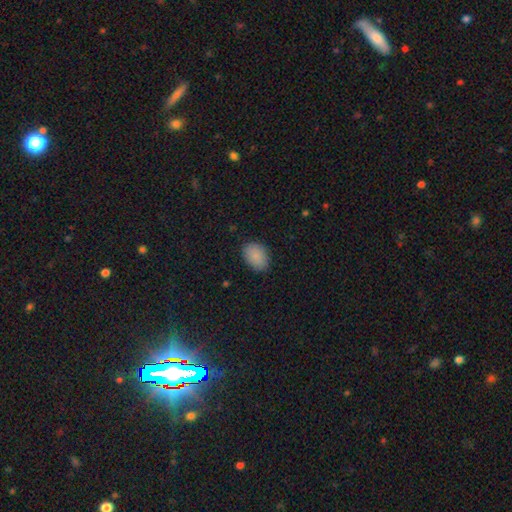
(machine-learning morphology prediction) A smooth galaxy with no disk features (87%) that is in between round and cigar-shaped (77%). Merging: none (85%).